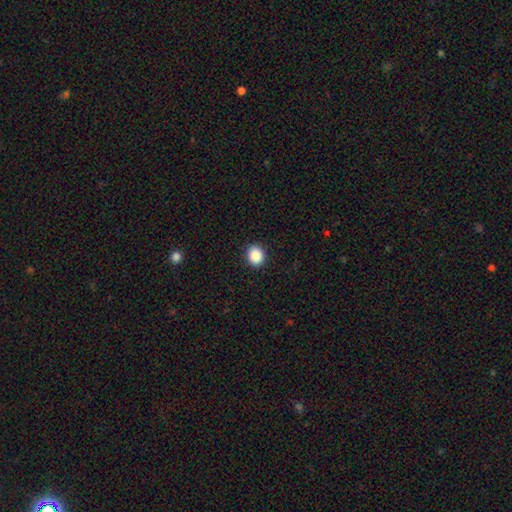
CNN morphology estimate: This is clearly a smooth galaxy (88%). How rounded: likely round (70%). Merging: clearly none (90%).